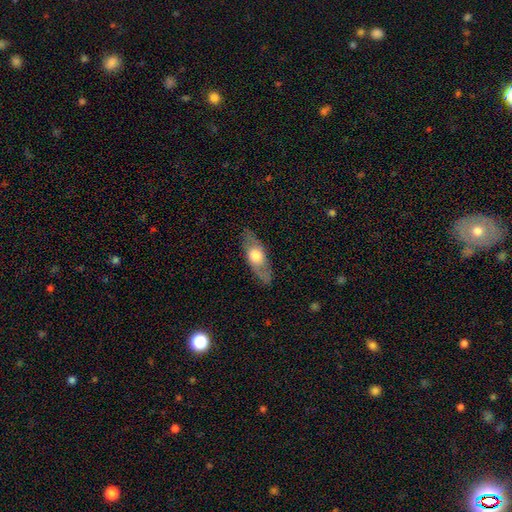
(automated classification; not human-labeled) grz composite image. It shows a smooth galaxy with no disk features (48%). Merging: none (82%).